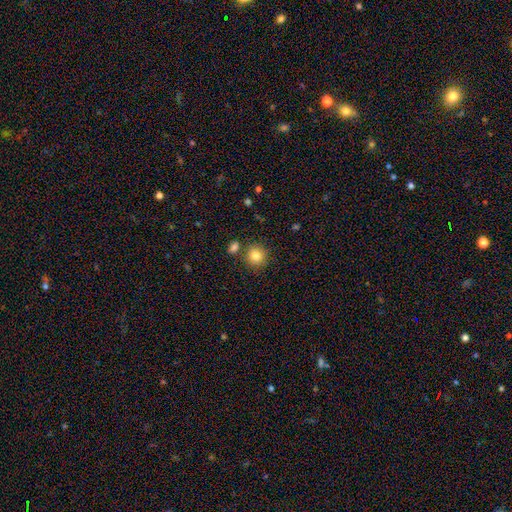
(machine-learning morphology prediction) type=smooth (83%); roundness=round (89%); merging=none (79%).